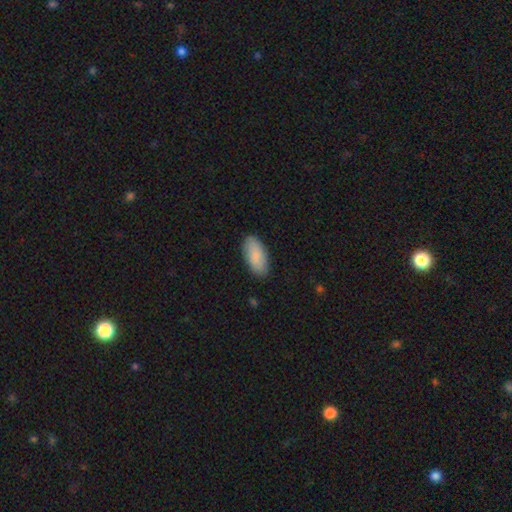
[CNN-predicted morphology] Q: Smooth or featured?
A: smooth (85%); runner-up: featured or disk (9%)
Q: How rounded?
A: in between (92%); runner-up: cigar-shaped (6%)
Q: Merging?
A: none (87%); runner-up: minor disturbance (10%)